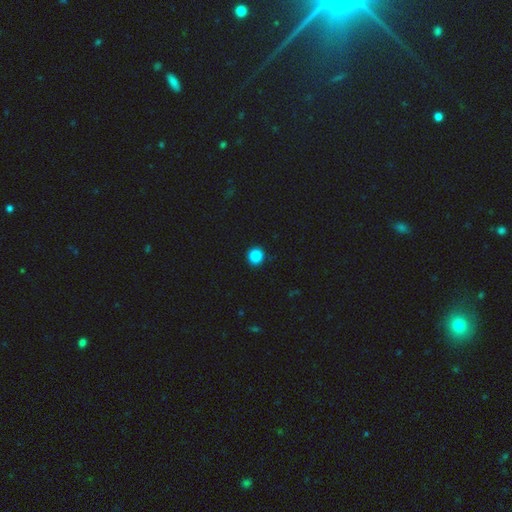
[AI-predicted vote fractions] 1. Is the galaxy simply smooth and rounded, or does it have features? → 87% smooth, 10% star or artifact, 3% featured or disk.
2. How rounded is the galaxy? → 89% round, 10% in between, 1% cigar-shaped.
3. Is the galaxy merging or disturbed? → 90% none, 7% minor disturbance, 2% major disturbance, 1% merger.